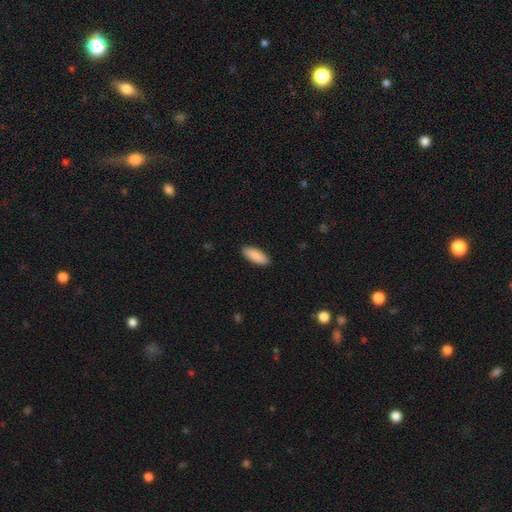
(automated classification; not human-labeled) A smooth galaxy with no disk features (90%) that is in between round and cigar-shaped (76%).

Vote fractions:
- Smooth or featured? smooth: 90% / star or artifact: 5% / featured or disk: 4%
- How rounded? in between: 76% / cigar-shaped: 23% / round: 2%
- Merging? none: 90% / minor disturbance: 7% / major disturbance: 2% / merger: 1%